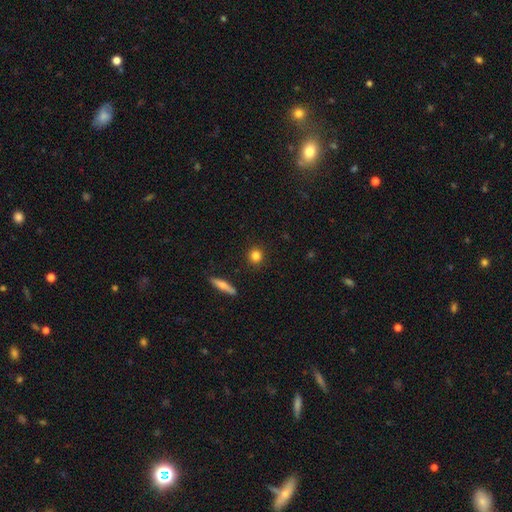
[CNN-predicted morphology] smooth 83%, star or artifact 9%, featured or disk 7%. Down the decision tree: how rounded — round (87%); merging — none (91%).